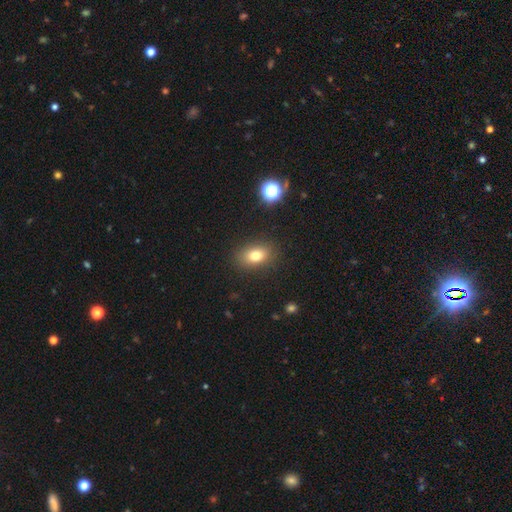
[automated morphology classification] A smooth galaxy with no disk features (77%) that is in between round and cigar-shaped (78%). Merging: none (87%).